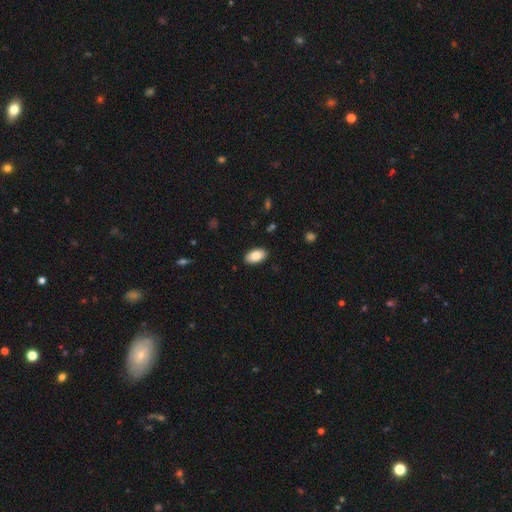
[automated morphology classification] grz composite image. It shows a smooth galaxy with no disk features (85%) that is in between round and cigar-shaped (95%). Merging: none (89%).